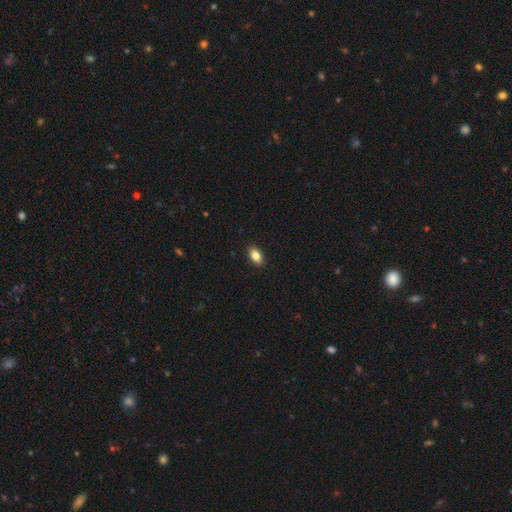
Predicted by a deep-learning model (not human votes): Overall: smooth (84%). How rounded: in between (89%). Merging: none (90%).